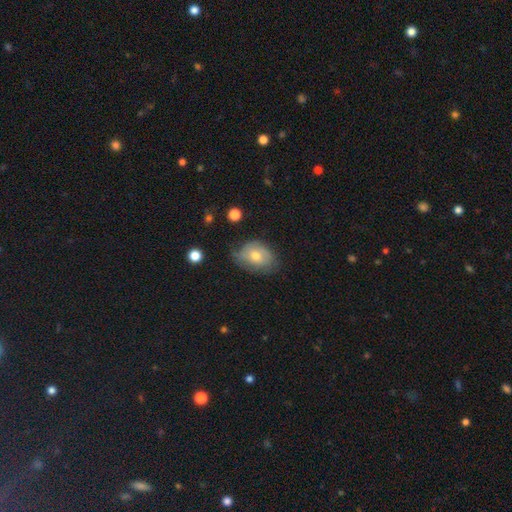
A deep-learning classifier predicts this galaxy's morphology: Smooth or featured?
  - smooth: 52% *
  - featured or disk: 39%
  - star or artifact: 9%
How rounded?
  - in between: 71% *
  - round: 28%
  - cigar-shaped: 1%
Merging?
  - none: 54% *
  - minor disturbance: 35%
  - major disturbance: 10%
  - merger: 2%